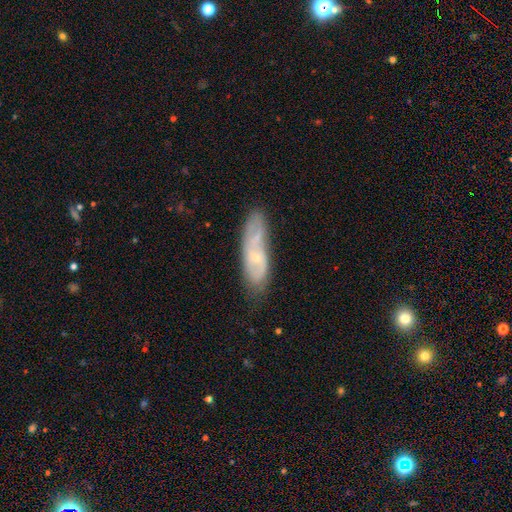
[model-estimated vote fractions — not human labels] Smooth or featured? featured or disk (65%)
Edge-on disk? no (83%)
Bar? no (63%)
Spiral arms? yes (79%)
Bulge size? small (73%)
Merging? none (67%)